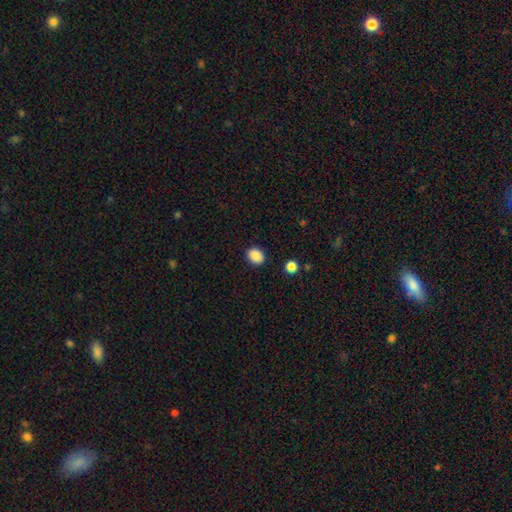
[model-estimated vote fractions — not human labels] A smooth galaxy with no disk features (88%) that is in between round and cigar-shaped (51%). Merging: none (89%).